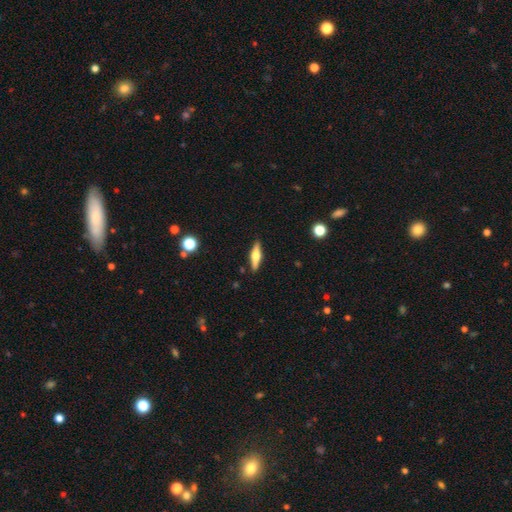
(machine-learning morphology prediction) Smooth or featured?
  - featured or disk: 54% *
  - smooth: 39%
  - star or artifact: 6%
Edge-on disk?
  - yes: 95% *
  - no: 5%
Edge-on bulge?
  - rounded: 92% *
  - boxy: 6%
  - none: 2%
Merging?
  - none: 89% *
  - minor disturbance: 8%
  - major disturbance: 2%
  - merger: 1%